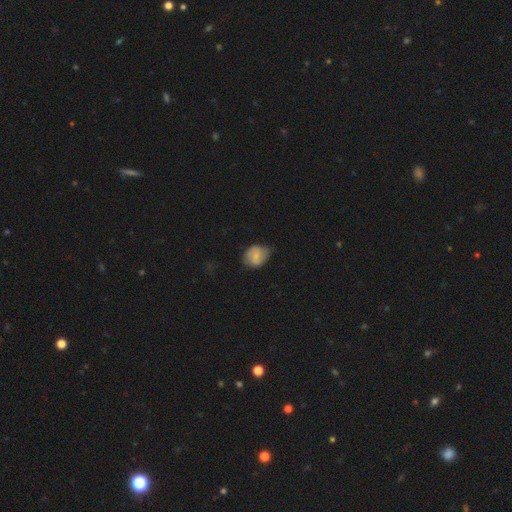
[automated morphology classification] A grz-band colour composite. It shows a smooth galaxy with no disk features (67%) that is in between round and cigar-shaped (53%). Merging: none (57%).